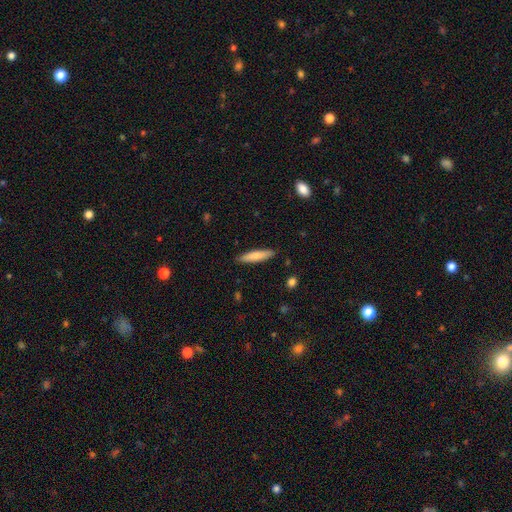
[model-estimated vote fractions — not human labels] Overall: smooth (77%). How rounded: cigar-shaped (84%). Merging: none (89%).